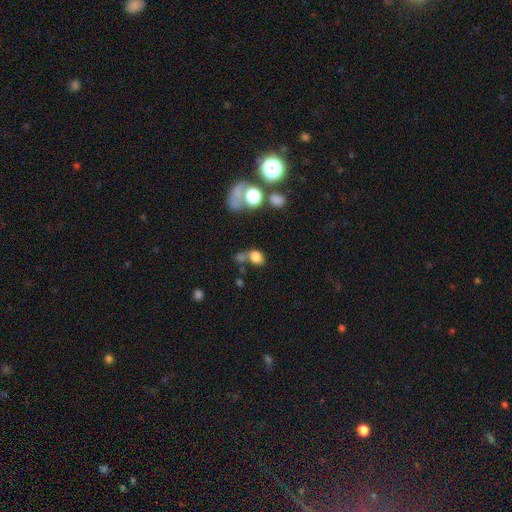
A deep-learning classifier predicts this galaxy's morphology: Smooth or featured? smooth (76%)
How rounded? in between (58%)
Merging? none (45%)